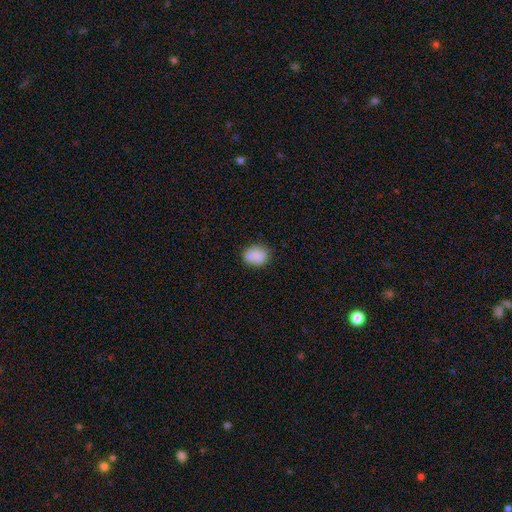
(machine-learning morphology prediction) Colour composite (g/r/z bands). It shows a smooth galaxy with no disk features (81%) that is in between round and cigar-shaped (54%). Merging: none (74%).